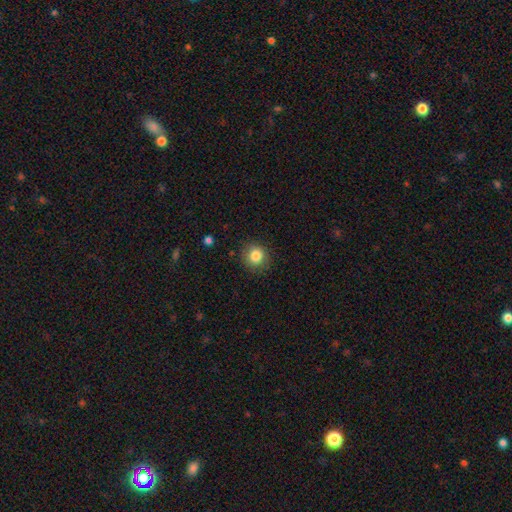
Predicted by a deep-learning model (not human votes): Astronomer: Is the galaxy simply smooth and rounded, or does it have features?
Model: smooth — 84%.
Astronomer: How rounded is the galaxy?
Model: round — 89%.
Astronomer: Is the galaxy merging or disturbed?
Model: none — 87%.